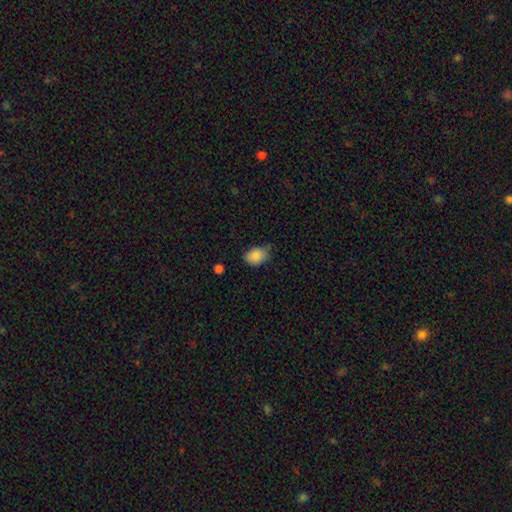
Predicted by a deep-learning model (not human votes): A smooth galaxy with no disk features (87%) that is in between round and cigar-shaped (68%). Merging: none (54%).